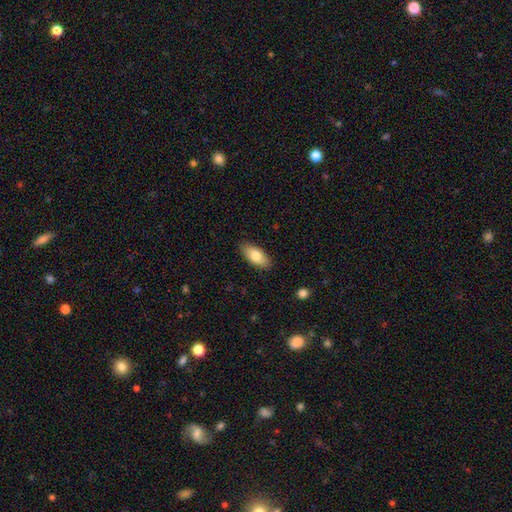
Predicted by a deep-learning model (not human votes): A smooth galaxy with no disk features (78%) that is in between round and cigar-shaped (87%).

Vote fractions:
- Smooth or featured? smooth: 78% / featured or disk: 15% / star or artifact: 6%
- How rounded? in between: 87% / cigar-shaped: 10% / round: 2%
- Merging? none: 88% / minor disturbance: 9% / major disturbance: 2% / merger: 1%